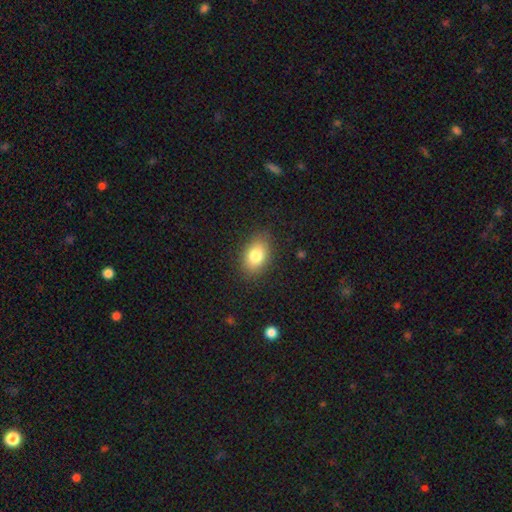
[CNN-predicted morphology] type=smooth (81%); roundness=in between (83%); merging=none (84%).